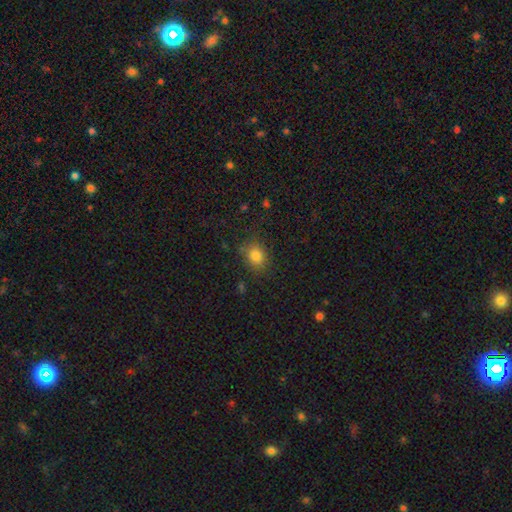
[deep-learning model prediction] smooth_or_featured: smooth (p=0.82) [alt: star or artifact p=0.12]
how_rounded: round (p=0.59) [alt: in between p=0.40]
merging: none (p=0.81) [alt: minor disturbance p=0.13]